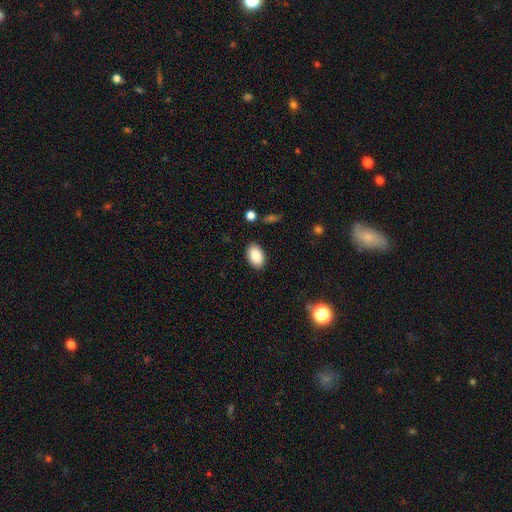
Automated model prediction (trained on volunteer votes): This is clearly a smooth galaxy (88%). How rounded: clearly in between (92%). Merging: clearly none (88%).